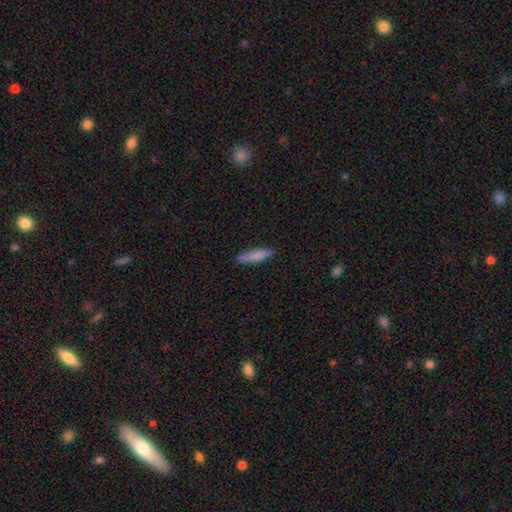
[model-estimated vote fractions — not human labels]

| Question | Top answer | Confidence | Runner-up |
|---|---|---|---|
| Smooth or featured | smooth | 83% | featured or disk (11%) |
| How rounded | cigar-shaped | 72% | in between (26%) |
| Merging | none | 83% | minor disturbance (13%) |